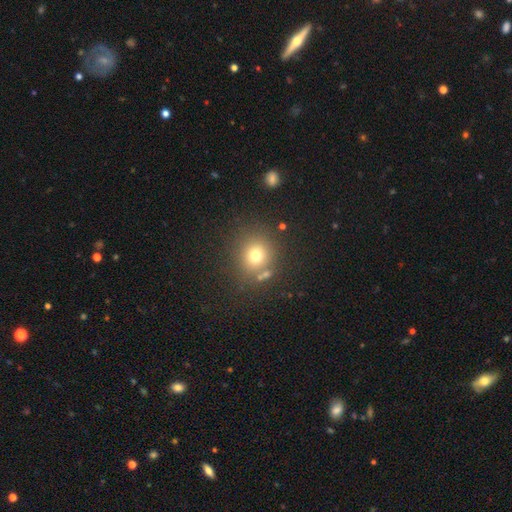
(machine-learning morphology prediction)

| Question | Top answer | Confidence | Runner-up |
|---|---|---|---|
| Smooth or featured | smooth | 73% | star or artifact (16%) |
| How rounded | round | 85% | in between (14%) |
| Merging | none | 75% | merger (11%) |